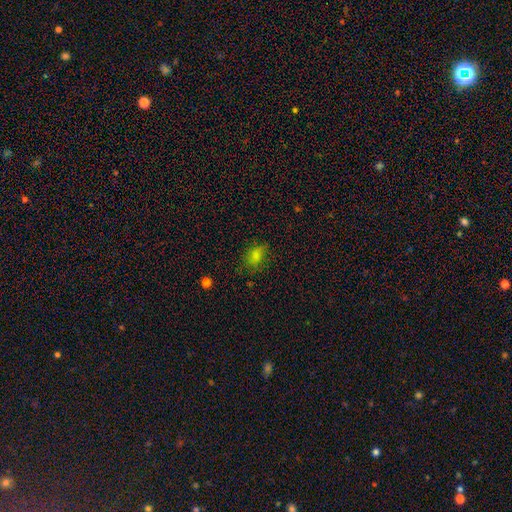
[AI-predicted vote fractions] smooth_or_featured: smooth (p=0.76) [alt: star or artifact p=0.16]
how_rounded: in between (p=0.75) [alt: round p=0.23]
merging: none (p=0.65) [alt: minor disturbance p=0.24]